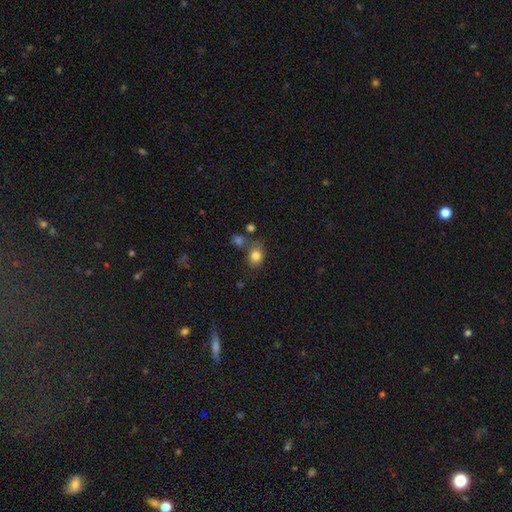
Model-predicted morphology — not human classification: smooth-or-featured: smooth: 82% | star or artifact: 11% | featured or disk: 7%
  how-rounded: round: 50% | in between: 49% | cigar-shaped: 1%
  merging: none: 68% | minor disturbance: 15% | merger: 13% | major disturbance: 5%